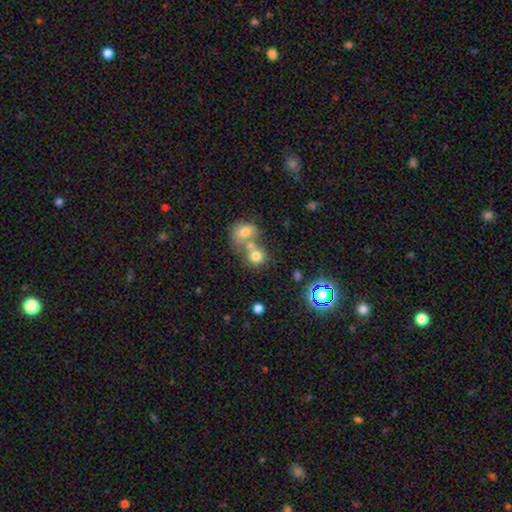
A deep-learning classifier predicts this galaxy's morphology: This is likely a smooth galaxy (74%). How rounded: likely round (78%). Merging: possibly merger (52%).